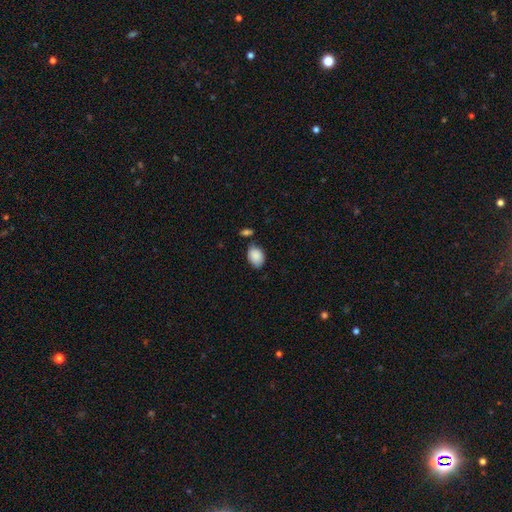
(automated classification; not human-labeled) Q: Smooth or featured?
A: smooth (89%); runner-up: star or artifact (7%)
Q: How rounded?
A: in between (78%); runner-up: round (21%)
Q: Merging?
A: none (68%); runner-up: minor disturbance (19%)